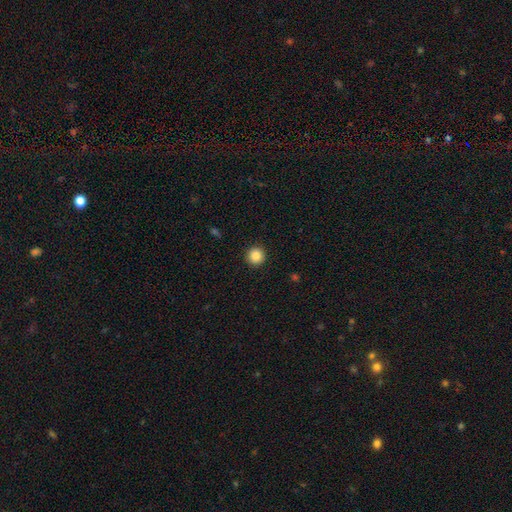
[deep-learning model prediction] smooth-or-featured: smooth: 86% | star or artifact: 10% | featured or disk: 4%
  how-rounded: round: 95% | in between: 4% | cigar-shaped: 1%
  merging: none: 93% | minor disturbance: 5% | major disturbance: 2% | merger: 1%